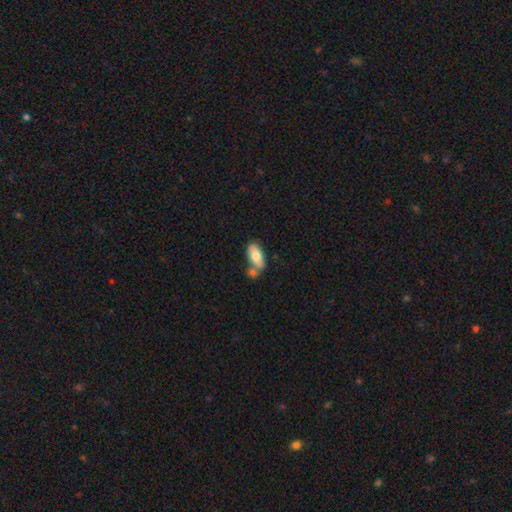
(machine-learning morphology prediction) Smooth or featured? Predicted: smooth (p=0.73). How rounded? Predicted: in between (p=0.89). Merging? Predicted: none (p=0.45).